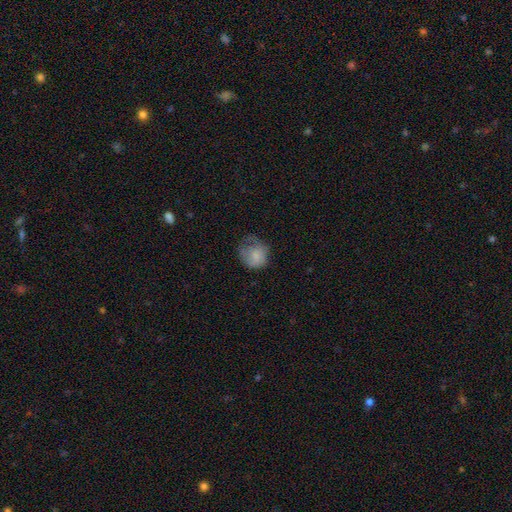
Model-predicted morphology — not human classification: Smooth or featured?
  - smooth: 77% *
  - featured or disk: 14%
  - star or artifact: 9%
How rounded?
  - round: 75% *
  - in between: 24%
  - cigar-shaped: 1%
Merging?
  - none: 40% *
  - minor disturbance: 33%
  - major disturbance: 26%
  - merger: 1%